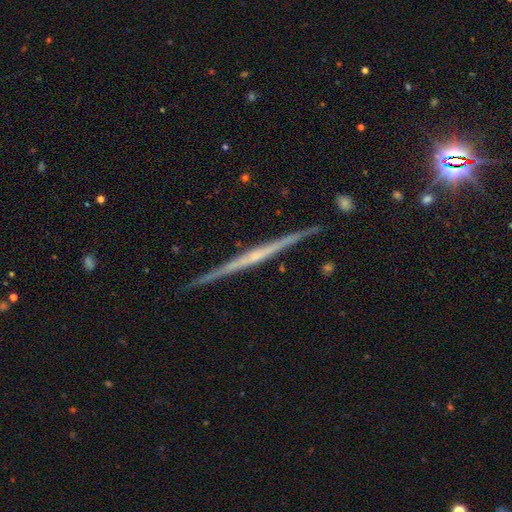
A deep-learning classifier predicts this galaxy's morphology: smooth-or-featured: featured or disk: 80% | smooth: 14% | star or artifact: 6%
  disk-edge-on: yes: 98% | no: 2%
    edge-on-bulge: none: 59% | rounded: 31% | boxy: 10%
  merging: none: 91% | minor disturbance: 7% | major disturbance: 1% | merger: 1%